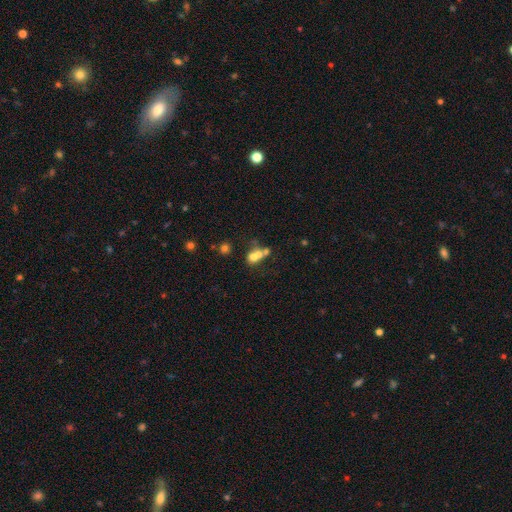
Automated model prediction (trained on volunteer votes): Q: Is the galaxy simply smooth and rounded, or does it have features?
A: smooth — 61%.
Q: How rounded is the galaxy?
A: round — 63%.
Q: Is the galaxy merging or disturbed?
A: merger — 61%.